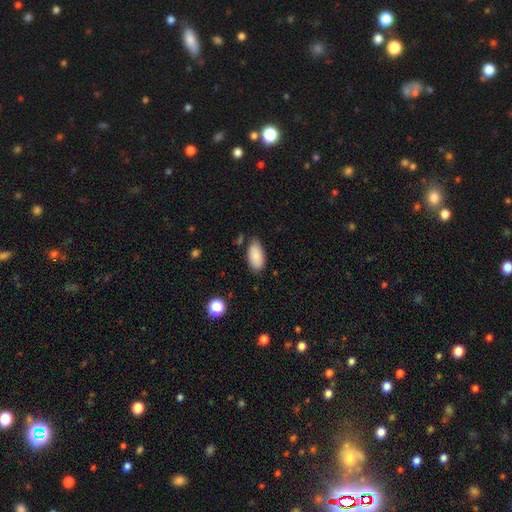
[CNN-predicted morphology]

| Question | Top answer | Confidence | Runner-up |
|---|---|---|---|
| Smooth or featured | smooth | 86% | star or artifact (7%) |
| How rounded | in between | 94% | cigar-shaped (4%) |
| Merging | none | 76% | minor disturbance (18%) |